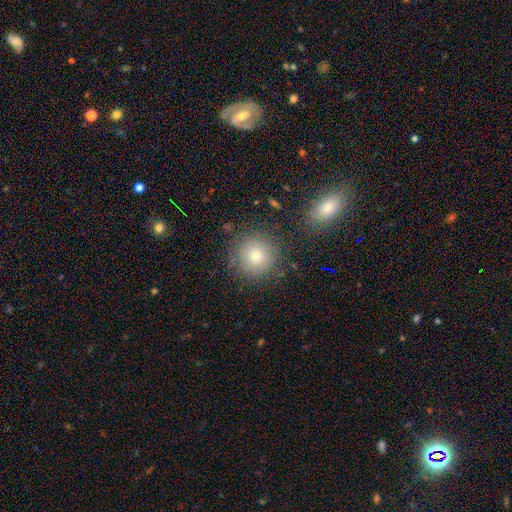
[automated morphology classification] Q: Smooth or featured?
A: smooth (77%); runner-up: star or artifact (13%)
Q: How rounded?
A: round (93%); runner-up: in between (6%)
Q: Merging?
A: none (86%); runner-up: minor disturbance (8%)